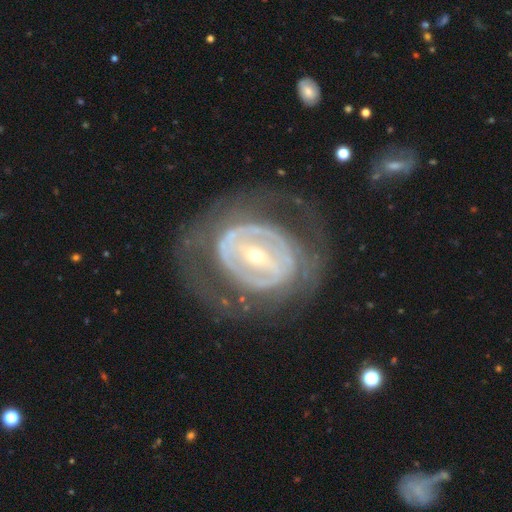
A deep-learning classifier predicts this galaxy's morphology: A featured or disk galaxy (83%) with a strong bar (56%), spiral arms (53%) and a small central bulge (73%).

Vote fractions:
- Smooth or featured? featured or disk: 83% / smooth: 11% / star or artifact: 6%
- Edge-on disk? no: 94% / yes: 6%
- Bar? strong: 56% / weak: 28% / no: 16%
- Spiral arms? yes: 53% / no: 47%
- Bulge size? small: 73% / moderate: 23% / large: 2% / dominant: 1% / none: 1%
- Merging? none: 66% / major disturbance: 18% / minor disturbance: 14% / merger: 2%